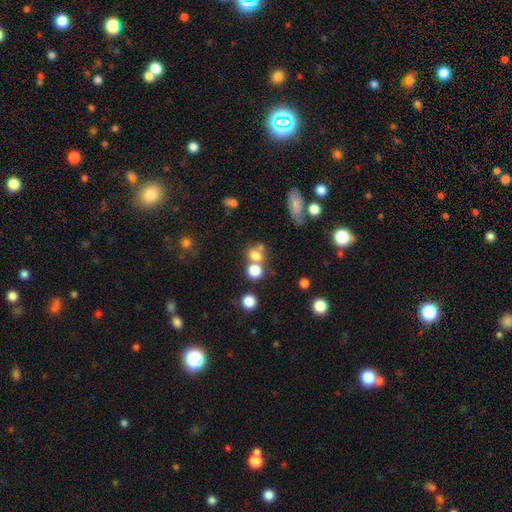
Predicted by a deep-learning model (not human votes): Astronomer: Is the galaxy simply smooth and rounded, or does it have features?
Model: smooth — 74%.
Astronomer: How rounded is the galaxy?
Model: round — 61% (runner-up: in between, 37%).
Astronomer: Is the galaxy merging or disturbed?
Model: none — 44% (runner-up: merger, 41%).